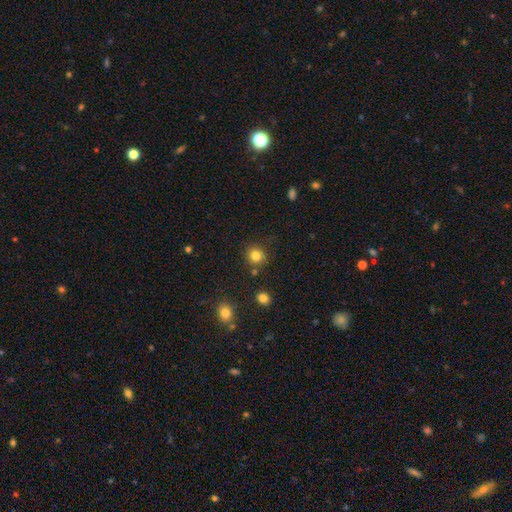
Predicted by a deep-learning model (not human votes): A smooth galaxy with no disk features (82%) that is round (89%).

Vote fractions:
- Smooth or featured? smooth: 82% / star or artifact: 12% / featured or disk: 6%
- How rounded? round: 89% / in between: 10% / cigar-shaped: 1%
- Merging? none: 83% / minor disturbance: 8% / merger: 5% / major disturbance: 3%